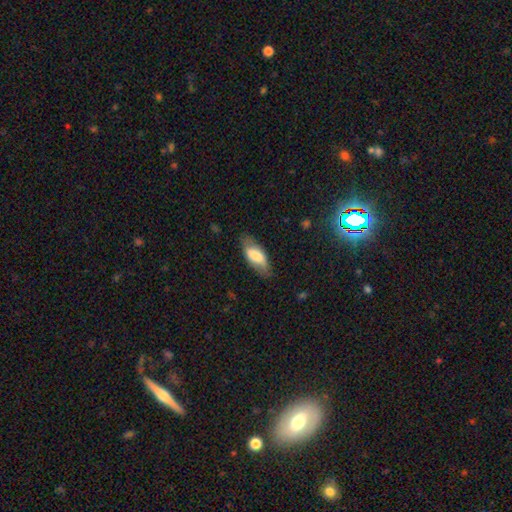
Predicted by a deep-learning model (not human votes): This is likely a smooth galaxy (68%). How rounded: likely in between (79%). Merging: likely none (76%).